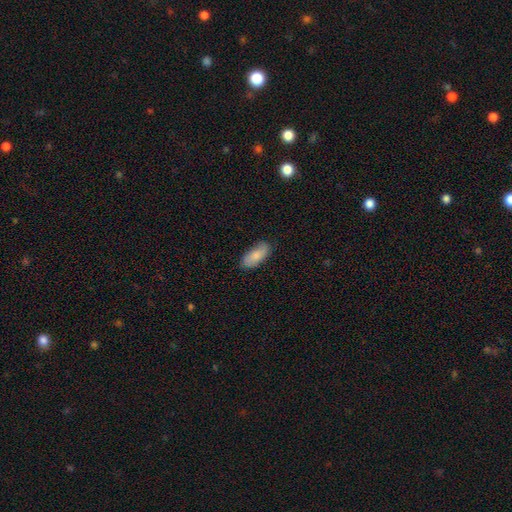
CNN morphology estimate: Smooth or featured: smooth — 81% (featured or disk — 13%)
How rounded: in between — 86% (cigar-shaped — 12%)
Merging: none — 79% (minor disturbance — 16%)